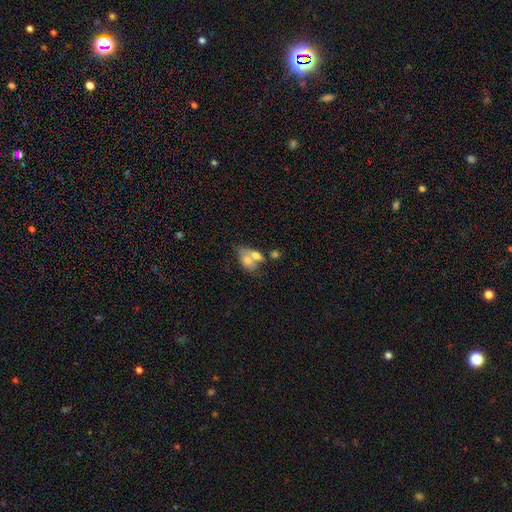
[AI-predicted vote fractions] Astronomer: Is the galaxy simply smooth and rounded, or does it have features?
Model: smooth — 65%.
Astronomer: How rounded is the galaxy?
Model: in between — 77%.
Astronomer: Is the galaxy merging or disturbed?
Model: merger — 61%.